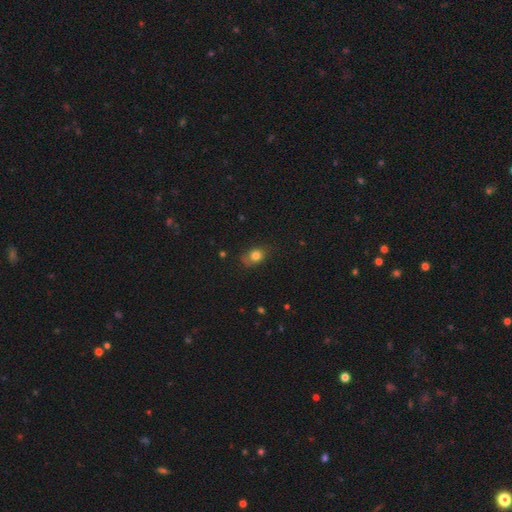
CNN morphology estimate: Smooth or featured: smooth — 78% (star or artifact — 11%)
How rounded: in between — 55% (round — 44%)
Merging: none — 61% (minor disturbance — 28%)